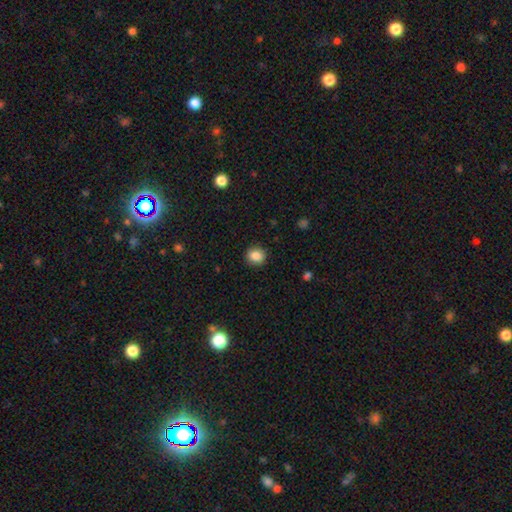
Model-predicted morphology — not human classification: Smooth or featured? Predicted: smooth (p=0.86). How rounded? Predicted: round (p=0.80). Merging? Predicted: none (p=0.90).